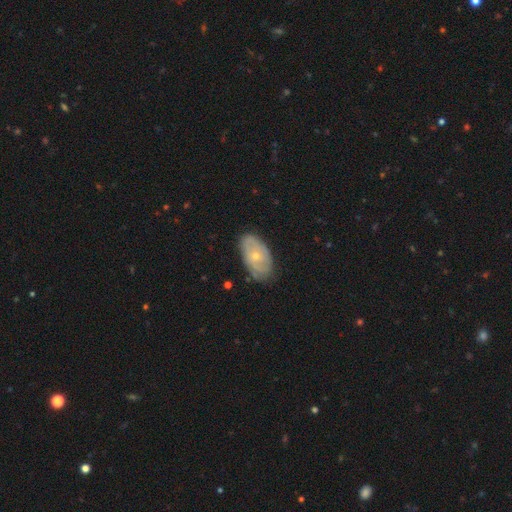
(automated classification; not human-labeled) smooth_or_featured: featured or disk (p=0.56) [alt: smooth p=0.37]
disk_edge_on: no (p=0.92) [alt: yes p=0.08]
bar: no (p=0.84) [alt: weak p=0.13]
has_spiral_arms: yes (p=0.55) [alt: no p=0.45]
bulge_size: small (p=0.67) [alt: moderate p=0.30]
merging: none (p=0.75) [alt: minor disturbance p=0.19]